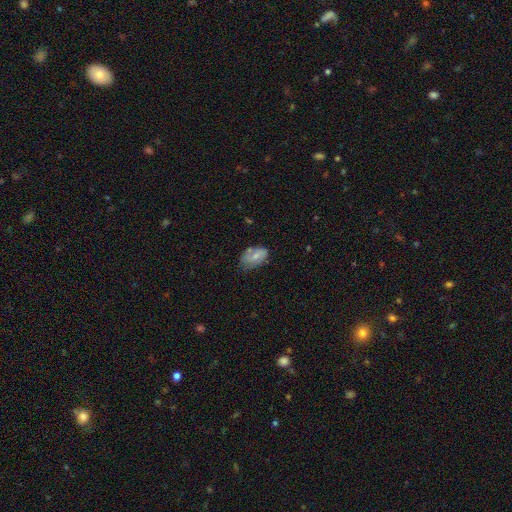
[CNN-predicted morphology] smooth_or_featured: smooth (p=0.58) [alt: featured or disk p=0.35]
how_rounded: in between (p=0.90) [alt: round p=0.08]
merging: none (p=0.49) [alt: minor disturbance p=0.34]